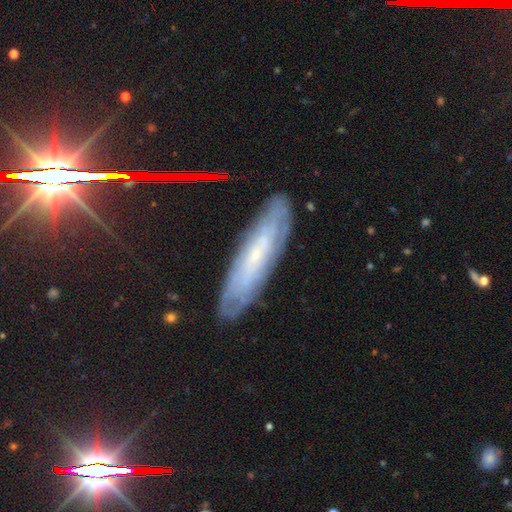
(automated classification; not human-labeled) smooth-or-featured: featured or disk: 61% | smooth: 28% | star or artifact: 11%
  disk-edge-on: no: 57% | yes: 43%
  merging: none: 84% | minor disturbance: 12% | major disturbance: 2% | merger: 1%